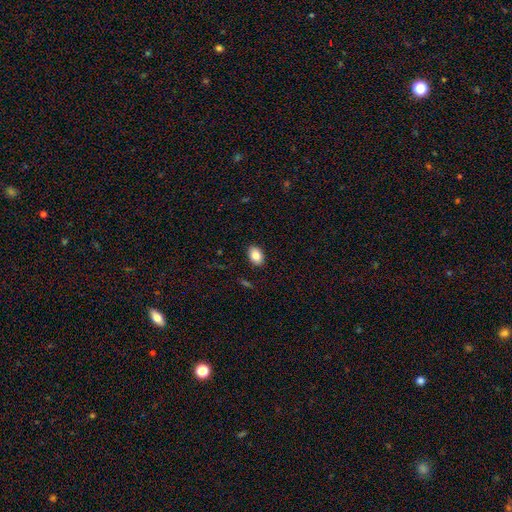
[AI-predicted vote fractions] Morphology: type=smooth (84%); roundness=in between (85%); merging=none (89%).